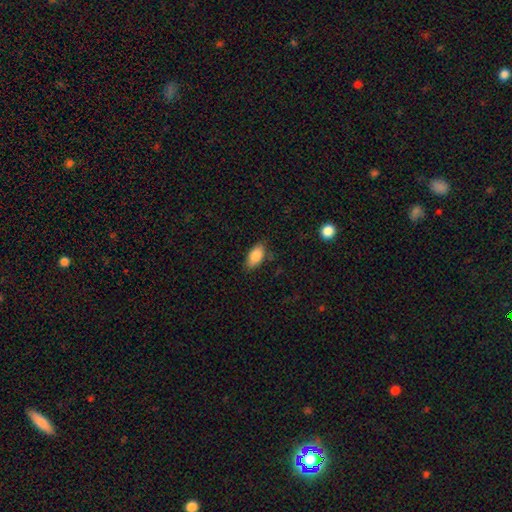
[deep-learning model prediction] smooth-or-featured: smooth: 87% | star or artifact: 7% | featured or disk: 6%
  how-rounded: in between: 91% | cigar-shaped: 6% | round: 4%
  merging: none: 79% | minor disturbance: 16% | major disturbance: 4% | merger: 1%